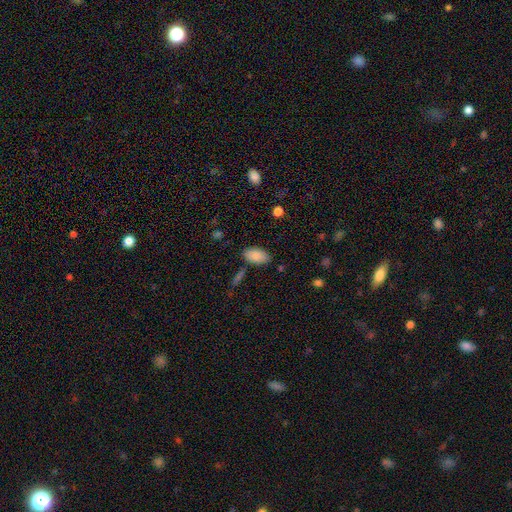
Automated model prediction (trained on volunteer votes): Morphology: type=smooth (86%); roundness=in between (94%); merging=none (81%).